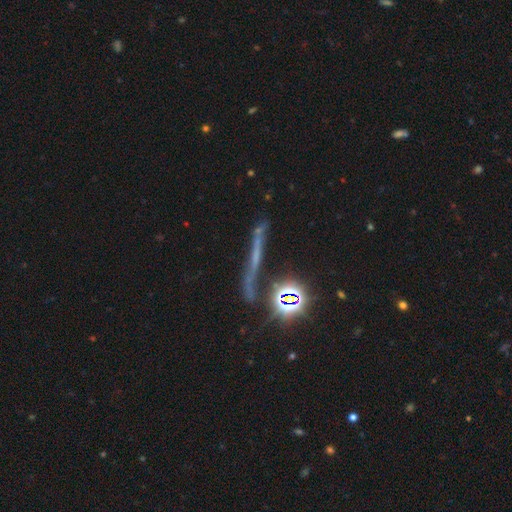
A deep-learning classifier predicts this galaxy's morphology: Smooth or featured? Predicted: featured or disk (p=0.39). Merging? Predicted: none (p=0.62).